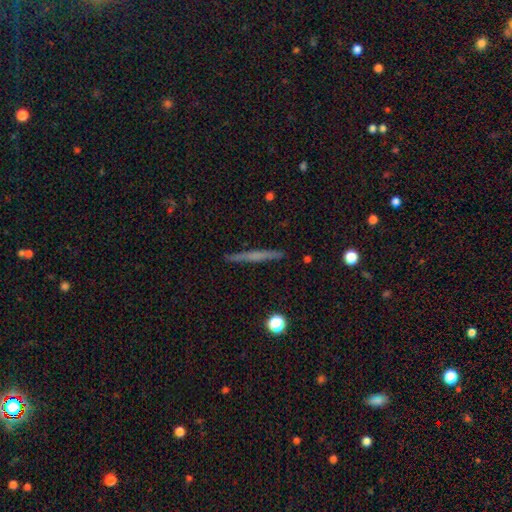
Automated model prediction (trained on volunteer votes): Smooth or featured? featured or disk (55%)
Edge-on disk? yes (97%)
Edge-on bulge? none (71%)
Merging? none (92%)